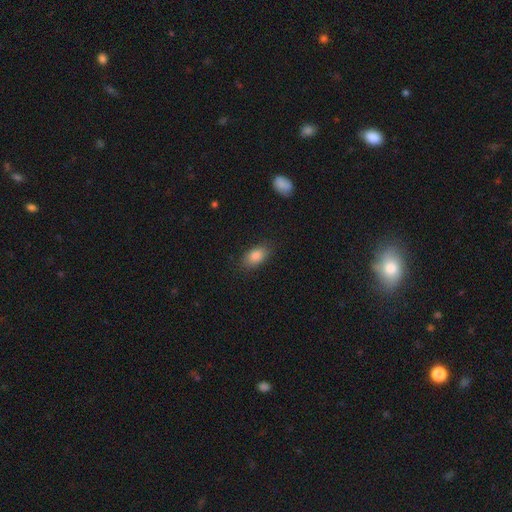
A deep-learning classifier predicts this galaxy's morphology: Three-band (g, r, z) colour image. It shows a smooth galaxy with no disk features (84%) that is in between round and cigar-shaped (89%). Merging: none (83%).